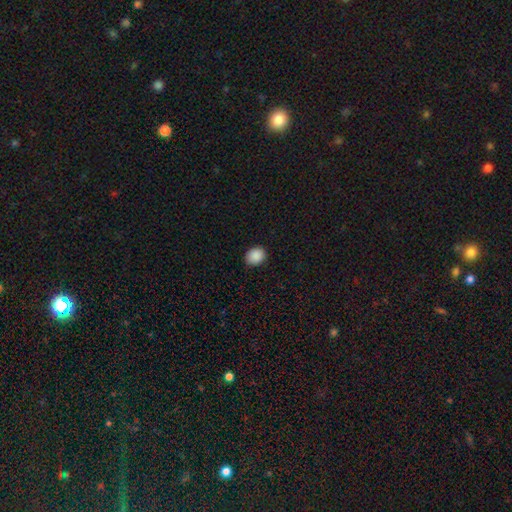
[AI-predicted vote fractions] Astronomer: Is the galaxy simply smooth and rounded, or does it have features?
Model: smooth — 89%.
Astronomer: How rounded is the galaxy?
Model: round — 57% (runner-up: in between, 42%).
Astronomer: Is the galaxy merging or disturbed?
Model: none — 88%.